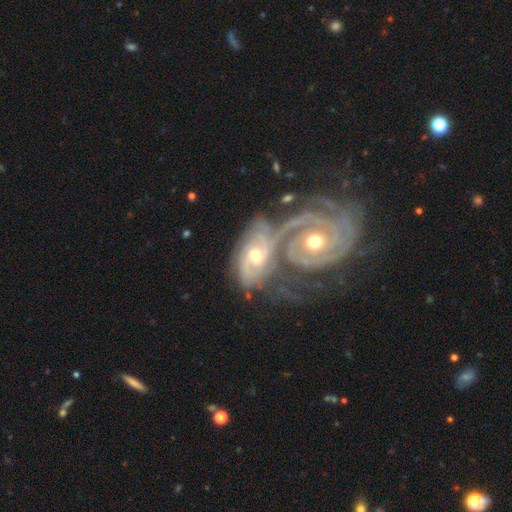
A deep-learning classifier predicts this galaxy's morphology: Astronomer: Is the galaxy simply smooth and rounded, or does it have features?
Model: featured or disk — 86%.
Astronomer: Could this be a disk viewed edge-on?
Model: no — 96%.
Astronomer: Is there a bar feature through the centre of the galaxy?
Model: no — 59%.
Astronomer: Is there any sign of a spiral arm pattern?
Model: yes — 97%.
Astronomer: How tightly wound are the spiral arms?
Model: tight — 68%.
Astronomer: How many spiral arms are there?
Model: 2 — 41% (runner-up: 3, 27%).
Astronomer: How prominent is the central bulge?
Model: moderate — 66%.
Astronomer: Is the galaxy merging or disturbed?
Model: merger — 62%.